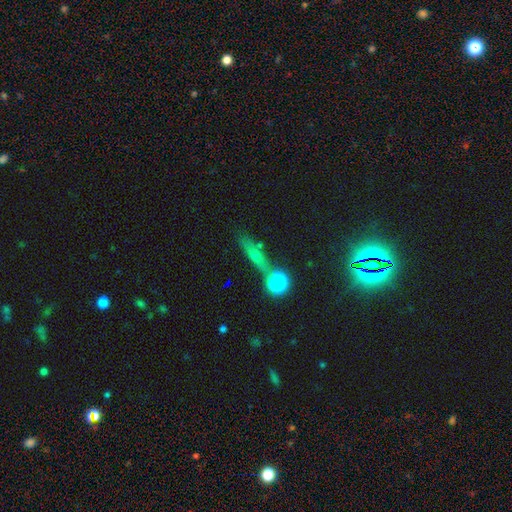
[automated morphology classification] A smooth galaxy with no disk features (50%) that is cigar-shaped (62%).

Vote fractions:
- Smooth or featured? smooth: 50% / featured or disk: 26% / star or artifact: 24%
- How rounded? cigar-shaped: 62% / in between: 24% / round: 14%
- Merging? none: 71% / minor disturbance: 14% / merger: 10% / major disturbance: 6%